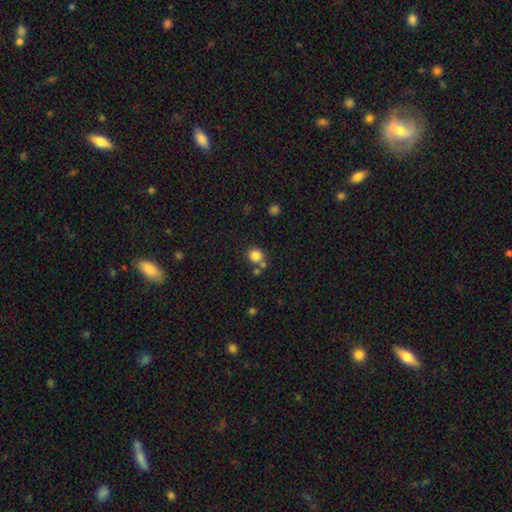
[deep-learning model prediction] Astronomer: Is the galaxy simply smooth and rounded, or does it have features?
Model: smooth — 83%.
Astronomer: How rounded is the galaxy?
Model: round — 83%.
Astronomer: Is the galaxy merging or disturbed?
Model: none — 64%.